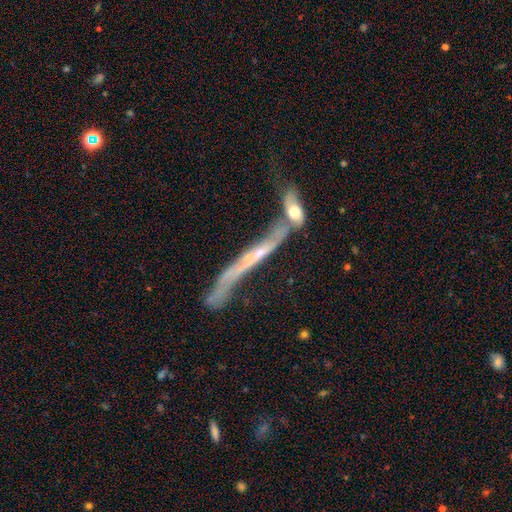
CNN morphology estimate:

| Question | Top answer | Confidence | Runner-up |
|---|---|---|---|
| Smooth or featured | featured or disk | 70% | smooth (22%) |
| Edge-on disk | yes | 71% | no (29%) |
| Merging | merger | 43% | none (27%) |